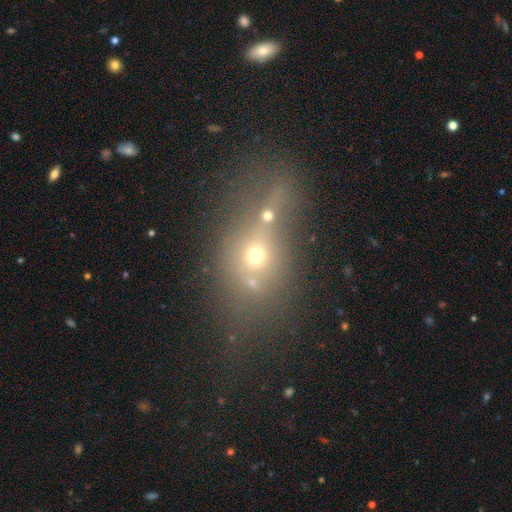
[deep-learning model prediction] Overall: smooth (55%; featured or disk 23%). How rounded: in between (50%; round 45%). Merging: merger (47%; none 33%).